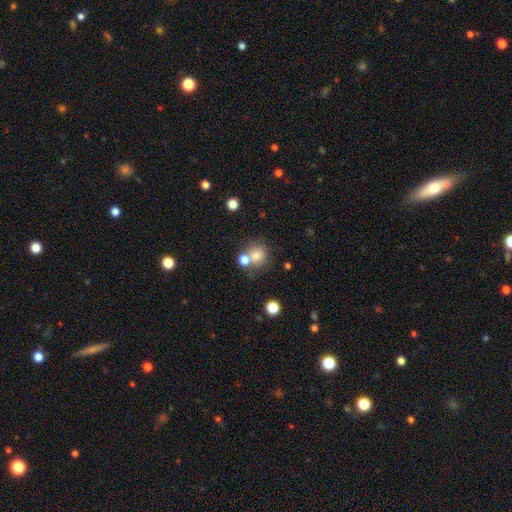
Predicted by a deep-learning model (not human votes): Smooth or featured? Predicted: smooth (p=0.77). How rounded? Predicted: round (p=0.86). Merging? Predicted: none (p=0.58).